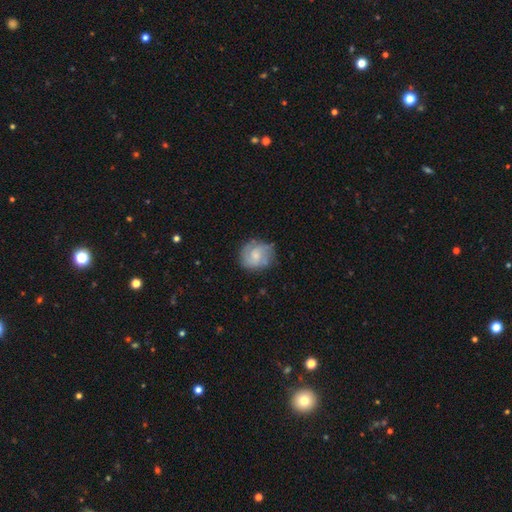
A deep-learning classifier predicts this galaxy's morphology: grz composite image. It shows a smooth galaxy with no disk features (49%). Merging: none (72%).